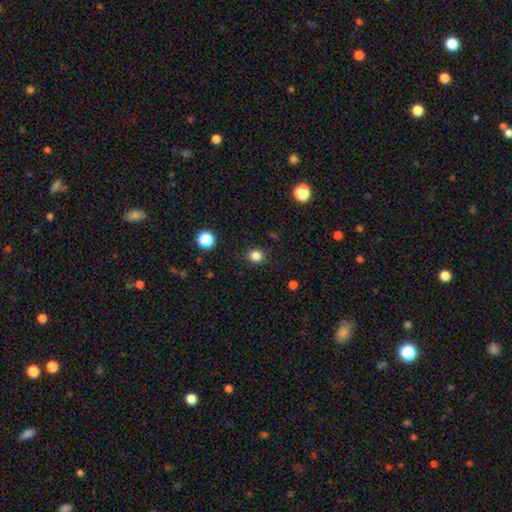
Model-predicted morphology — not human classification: This is clearly a smooth galaxy (83%). How rounded: clearly round (84%). Merging: clearly none (89%).